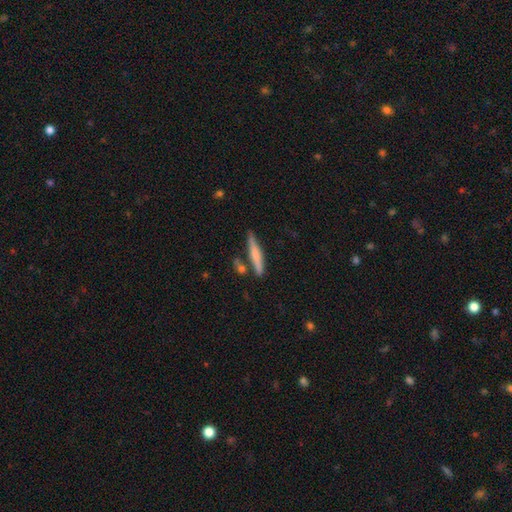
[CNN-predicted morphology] This appears to be a smooth galaxy with no disk features (61%) that is cigar-shaped (92%). Merging: none (73%).